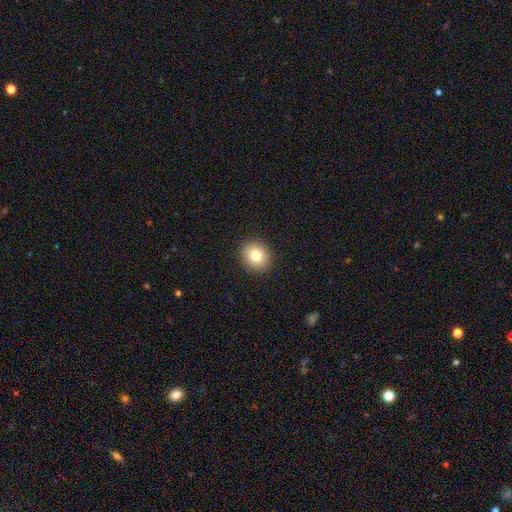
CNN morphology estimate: This is likely a smooth galaxy (80%). How rounded: clearly round (81%). Merging: clearly none (91%).